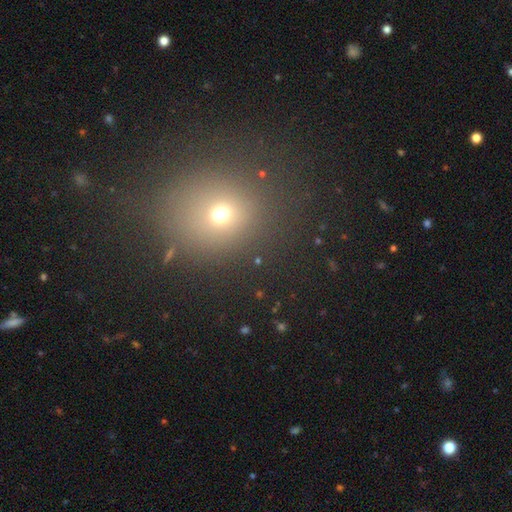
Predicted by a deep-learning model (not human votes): smooth_or_featured: smooth (p=0.59) [alt: star or artifact p=0.31]
how_rounded: round (p=0.80) [alt: in between p=0.19]
merging: none (p=0.80) [alt: minor disturbance p=0.11]